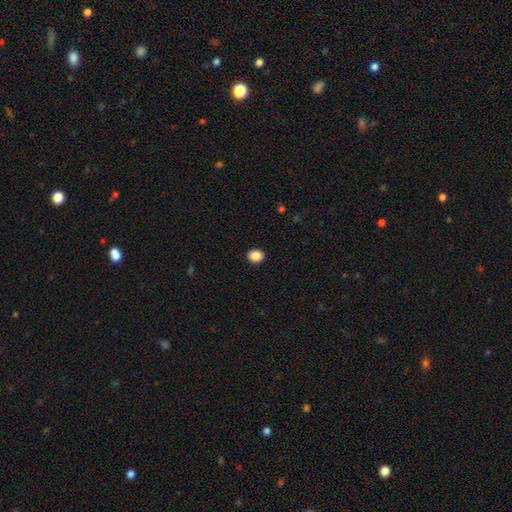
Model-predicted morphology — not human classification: Smooth or featured: smooth — 88% (star or artifact — 9%)
How rounded: round — 59% (in between — 40%)
Merging: none — 91% (minor disturbance — 6%)